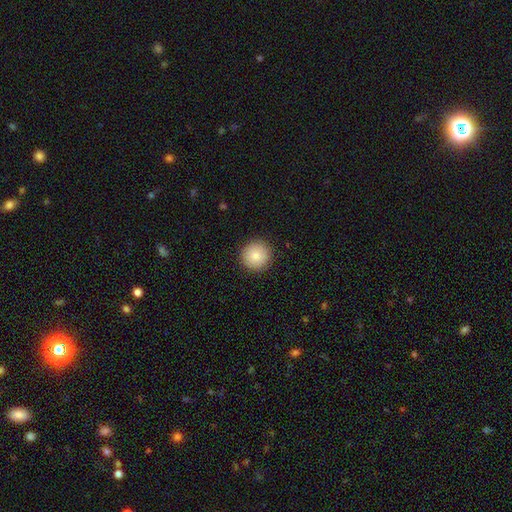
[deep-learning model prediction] Smooth or featured? Predicted: smooth (p=0.85). How rounded? Predicted: round (p=0.96). Merging? Predicted: none (p=0.92).